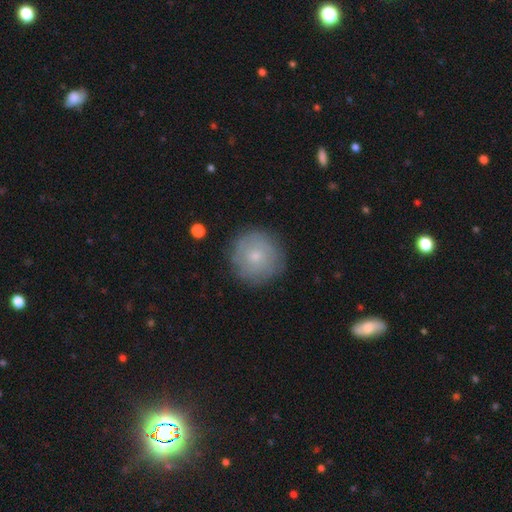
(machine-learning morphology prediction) Smooth or featured: featured or disk — 49% (smooth — 43%)
Merging: none — 85% (minor disturbance — 11%)